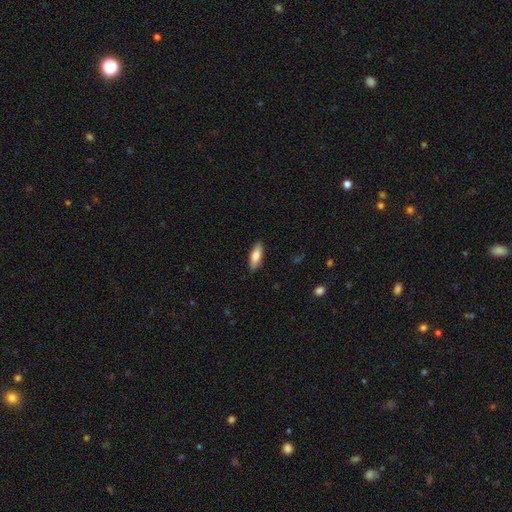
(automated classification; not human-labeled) This appears to be a smooth galaxy with no disk features (78%) that is in between round and cigar-shaped (64%). Merging: none (86%).